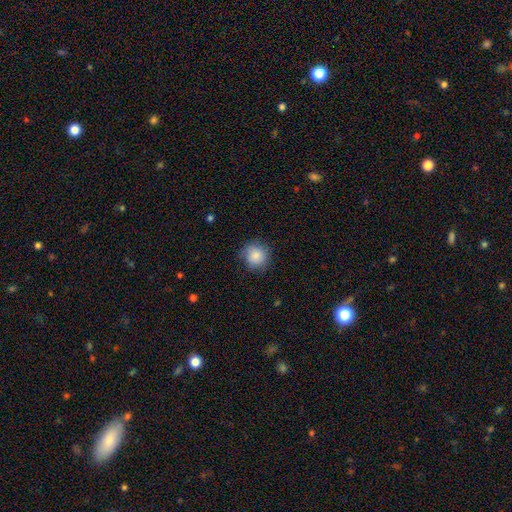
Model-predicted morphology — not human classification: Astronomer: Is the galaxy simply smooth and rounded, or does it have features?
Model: smooth — 84%.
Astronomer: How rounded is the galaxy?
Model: round — 91%.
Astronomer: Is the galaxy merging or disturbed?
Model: none — 81%.